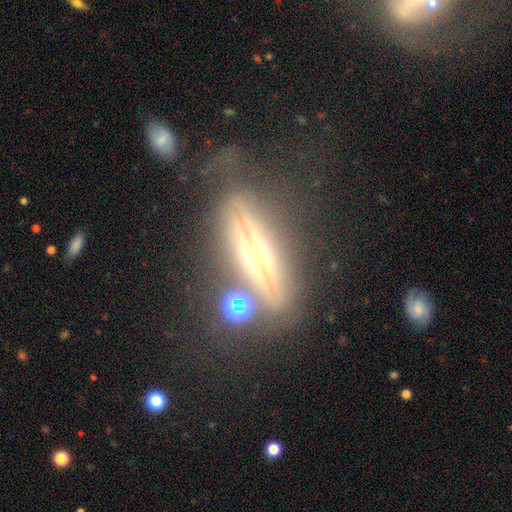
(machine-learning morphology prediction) A featured or disk galaxy (69%) viewed edge-on (85%) with a rounded central bulge (73%).

Vote fractions:
- Smooth or featured? featured or disk: 69% / smooth: 16% / star or artifact: 14%
- Edge-on disk? yes: 85% / no: 15%
- Edge-on bulge? rounded: 73% / none: 14% / boxy: 13%
- Merging? none: 66% / minor disturbance: 19% / major disturbance: 11% / merger: 4%